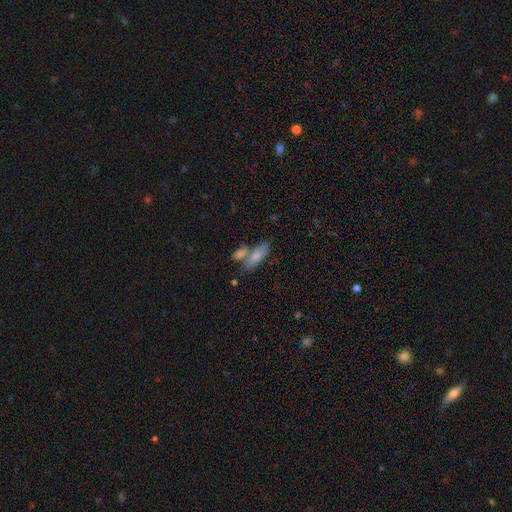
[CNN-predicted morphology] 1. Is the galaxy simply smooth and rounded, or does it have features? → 75% smooth, 18% featured or disk, 8% star or artifact.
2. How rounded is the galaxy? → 67% in between, 29% cigar-shaped, 3% round.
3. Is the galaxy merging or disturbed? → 47% none, 37% merger, 12% minor disturbance, 4% major disturbance.